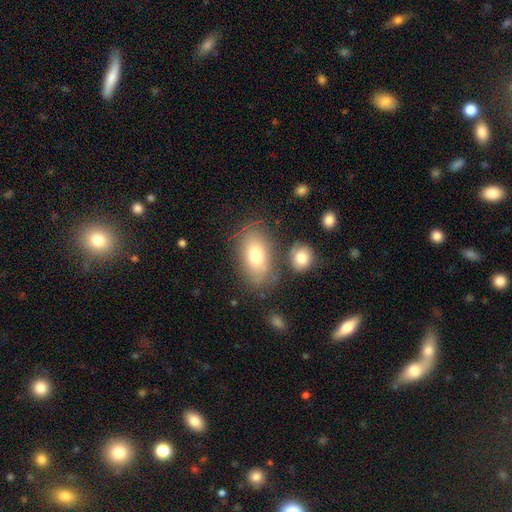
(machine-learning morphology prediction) This appears to be a smooth galaxy with no disk features (74%) that is in between round and cigar-shaped (90%). Merging: none (71%).